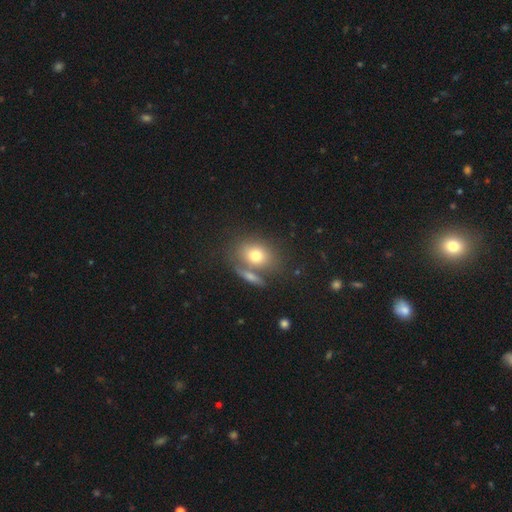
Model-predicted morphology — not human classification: This appears to be a smooth galaxy with no disk features (73%) that is in between round and cigar-shaped (56%). Merging: none (54%).